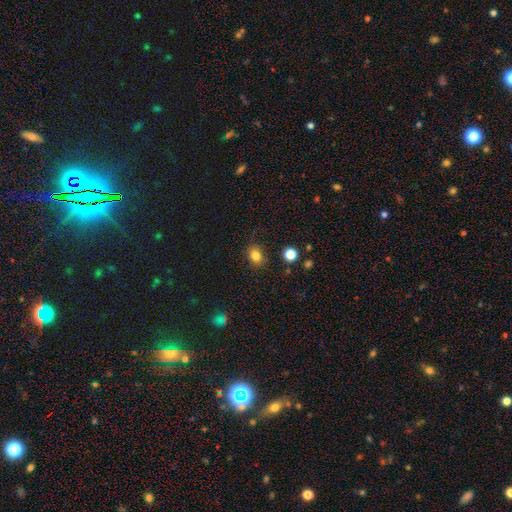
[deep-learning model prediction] Smooth or featured?
  - smooth: 81% *
  - star or artifact: 13%
  - featured or disk: 6%
How rounded?
  - round: 58% *
  - in between: 41%
  - cigar-shaped: 1%
Merging?
  - none: 85% *
  - minor disturbance: 11%
  - major disturbance: 3%
  - merger: 2%